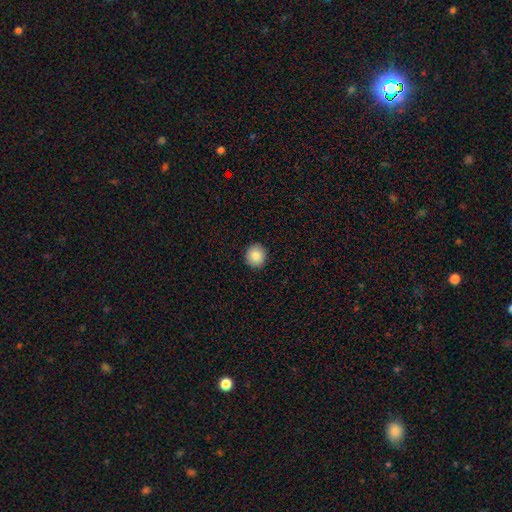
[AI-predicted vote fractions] This appears to be a smooth galaxy with no disk features (87%) that is round (92%). Merging: none (92%).